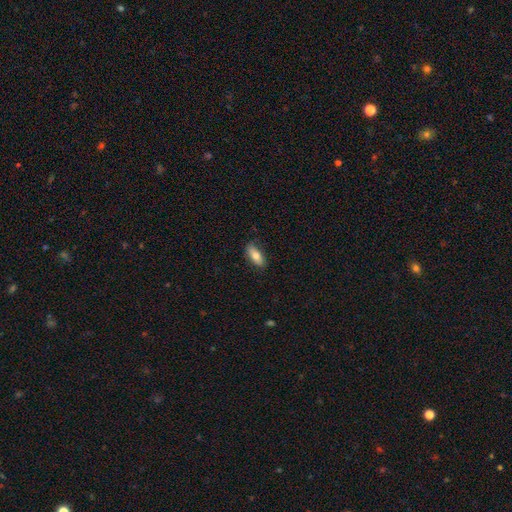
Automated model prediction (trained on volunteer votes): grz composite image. It shows a smooth galaxy with no disk features (76%) that is in between round and cigar-shaped (82%). Merging: none (82%).